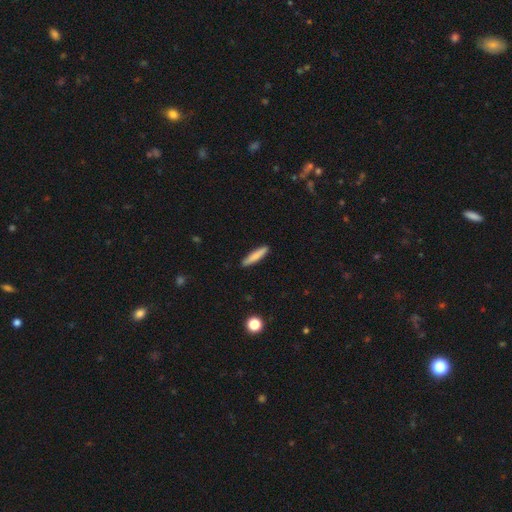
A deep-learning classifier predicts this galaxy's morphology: smooth 79%, featured or disk 15%, star or artifact 6%. Down the decision tree: how rounded — cigar-shaped (88%); merging — none (90%).